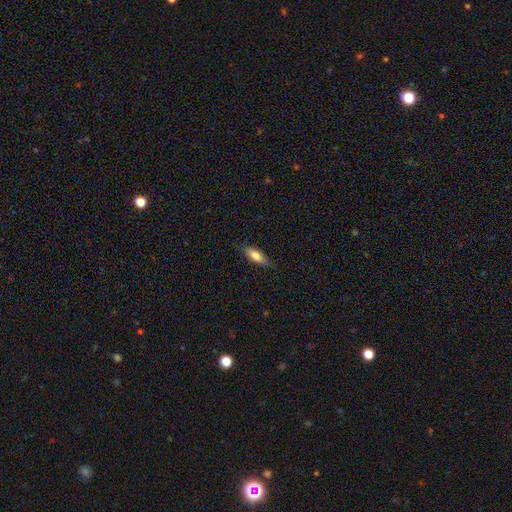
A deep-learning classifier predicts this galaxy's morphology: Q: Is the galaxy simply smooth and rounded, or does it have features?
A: smooth — 74%.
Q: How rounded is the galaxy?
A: in between — 54%.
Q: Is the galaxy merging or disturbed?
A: none — 83%.